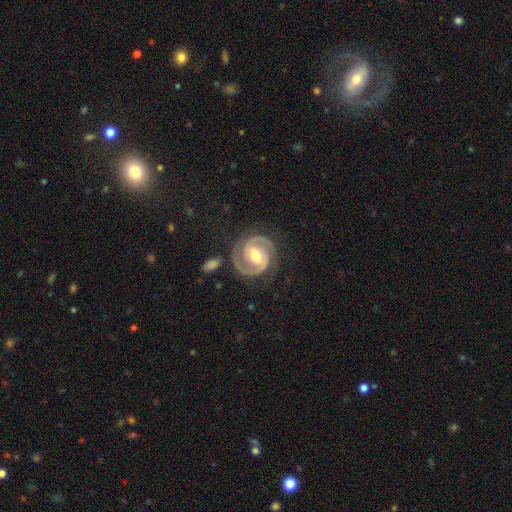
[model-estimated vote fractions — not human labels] Smooth or featured? Predicted: featured or disk (p=0.91). Edge-on disk? Predicted: no (p=0.98). Bar? Predicted: weak (p=0.45). Spiral arms? Predicted: yes (p=0.98). Spiral winding? Predicted: tight (p=0.56). Spiral arm count? Predicted: 2 (p=0.93). Bulge size? Predicted: moderate (p=0.75). Merging? Predicted: none (p=0.82).